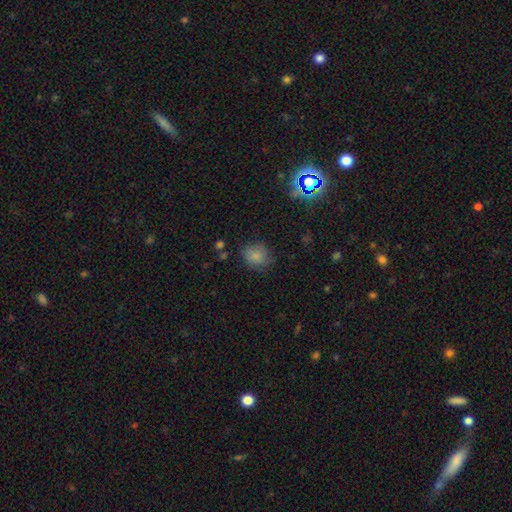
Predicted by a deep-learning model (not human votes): Q: Smooth or featured?
A: smooth (80%); runner-up: star or artifact (12%)
Q: How rounded?
A: round (75%); runner-up: in between (24%)
Q: Merging?
A: none (70%); runner-up: minor disturbance (21%)